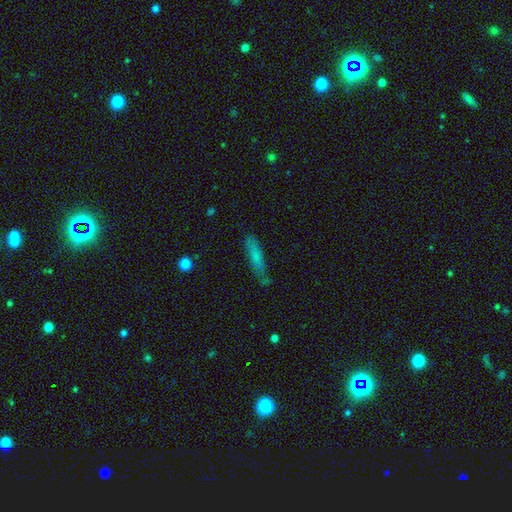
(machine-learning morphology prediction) Q: Smooth or featured?
A: smooth (68%); runner-up: featured or disk (23%)
Q: How rounded?
A: cigar-shaped (81%); runner-up: in between (17%)
Q: Merging?
A: none (69%); runner-up: minor disturbance (22%)